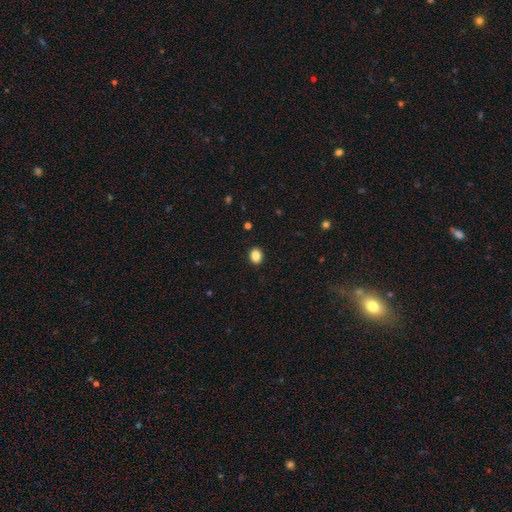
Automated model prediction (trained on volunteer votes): Smooth or featured?
  - smooth: 87% *
  - star or artifact: 9%
  - featured or disk: 4%
How rounded?
  - in between: 52% *
  - round: 48%
  - cigar-shaped: 1%
Merging?
  - none: 91% *
  - minor disturbance: 6%
  - major disturbance: 2%
  - merger: 1%